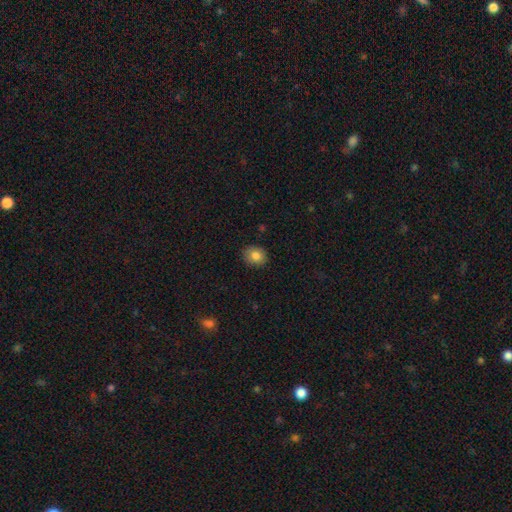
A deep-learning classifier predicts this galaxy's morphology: Overall: smooth (83%). How rounded: round (63%; in between 36%). Merging: none (87%).